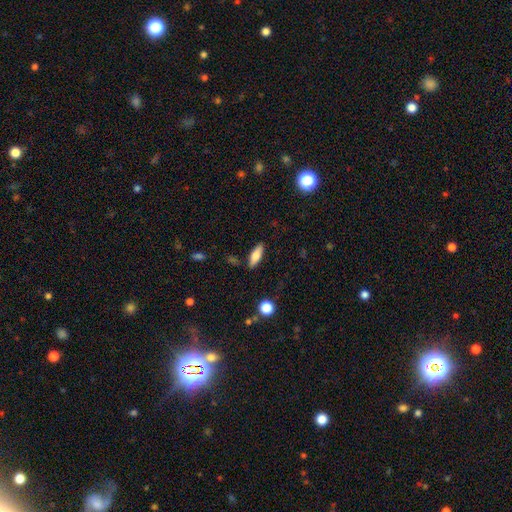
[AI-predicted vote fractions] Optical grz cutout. It shows a smooth galaxy with no disk features (72%) that is in between round and cigar-shaped (61%). Merging: none (85%).